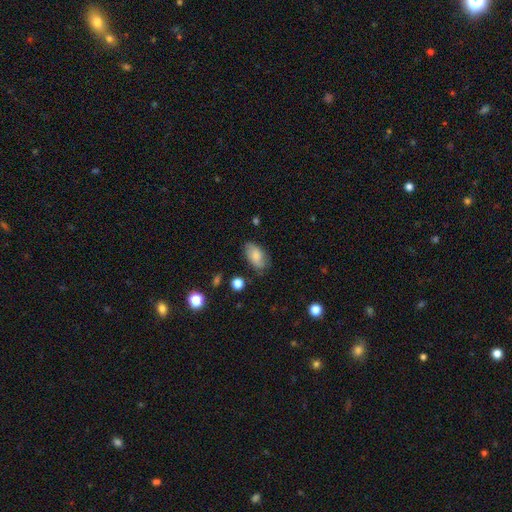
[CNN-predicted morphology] smooth 74%, featured or disk 18%, star or artifact 8%. Down the decision tree: how rounded — in between (92%); merging — none (71%).